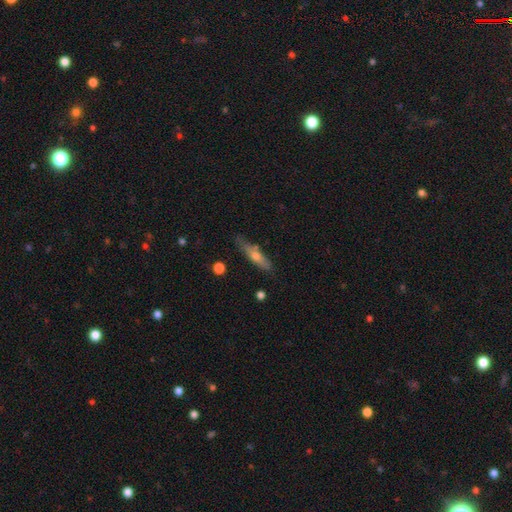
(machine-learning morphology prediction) smooth_or_featured: featured or disk (p=0.50) [alt: smooth p=0.42]
merging: none (p=0.77) [alt: minor disturbance p=0.17]